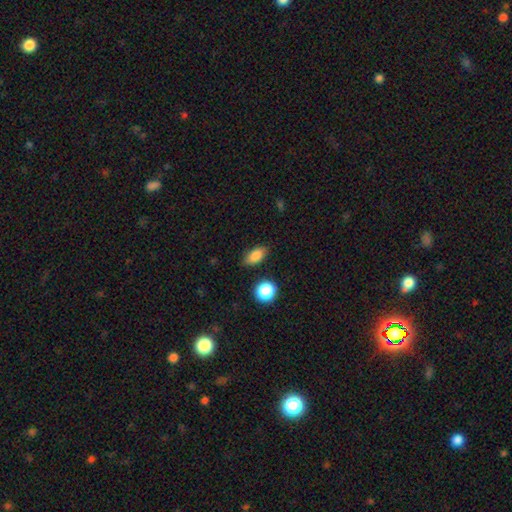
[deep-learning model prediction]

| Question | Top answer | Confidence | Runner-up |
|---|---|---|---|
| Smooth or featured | smooth | 84% | star or artifact (9%) |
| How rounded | in between | 84% | round (10%) |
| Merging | none | 82% | minor disturbance (13%) |